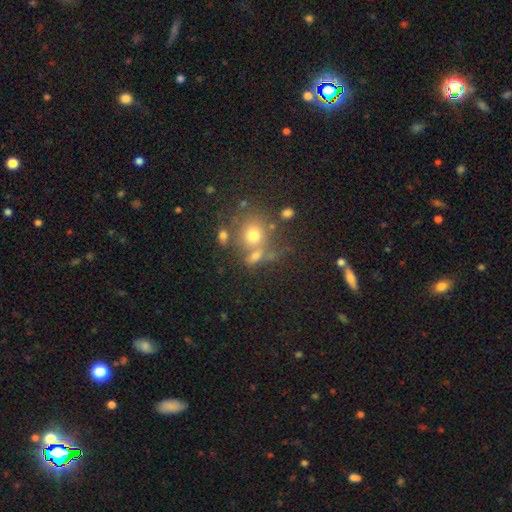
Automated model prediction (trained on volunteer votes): Smooth or featured? Predicted: smooth (p=0.67). How rounded? Predicted: round (p=0.56). Merging? Predicted: none (p=0.48).